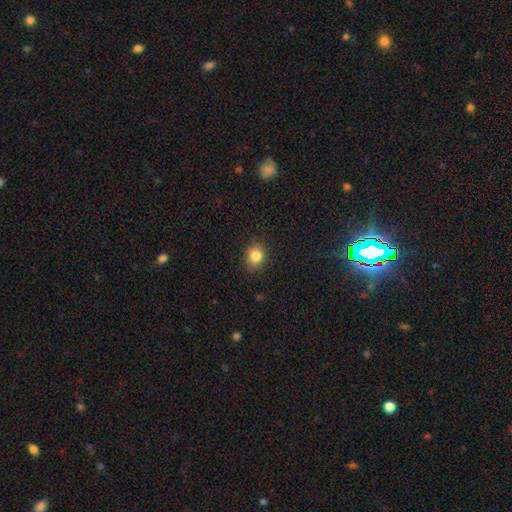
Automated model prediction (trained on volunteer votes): This is clearly a smooth galaxy (84%). How rounded: likely round (61%). Merging: clearly none (86%).